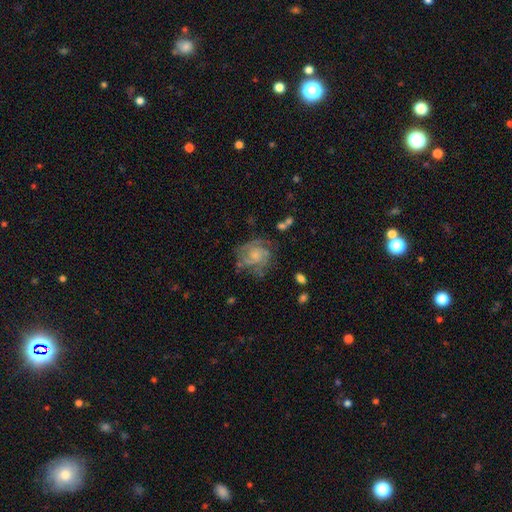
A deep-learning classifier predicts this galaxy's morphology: Smooth or featured? Predicted: featured or disk (p=0.77). Edge-on disk? Predicted: no (p=0.98). Bar? Predicted: no (p=0.72). Spiral arms? Predicted: yes (p=0.93). Spiral winding? Predicted: tight (p=0.53). Spiral arm count? Predicted: 2 (p=0.40). Bulge size? Predicted: small (p=0.54). Merging? Predicted: none (p=0.61).